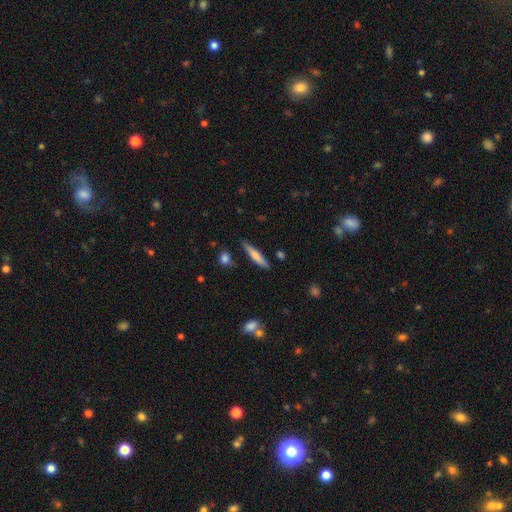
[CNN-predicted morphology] smooth-or-featured: smooth: 60% | featured or disk: 34% | star or artifact: 6%
  how-rounded: cigar-shaped: 86% | in between: 12% | round: 2%
  merging: none: 83% | minor disturbance: 11% | merger: 3% | major disturbance: 2%